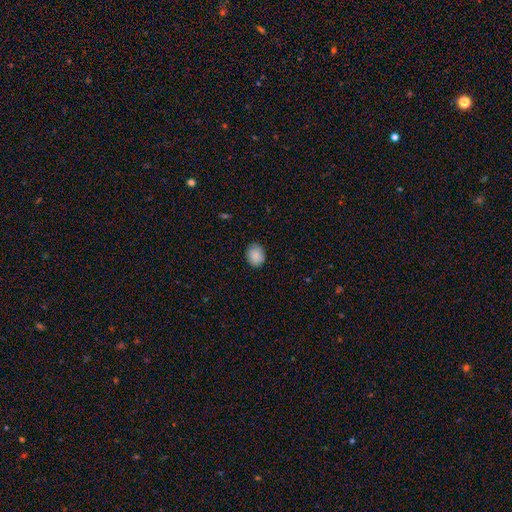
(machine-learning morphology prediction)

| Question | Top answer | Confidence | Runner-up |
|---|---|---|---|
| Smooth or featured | smooth | 88% | star or artifact (7%) |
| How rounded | round | 54% | in between (45%) |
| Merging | none | 86% | minor disturbance (11%) |